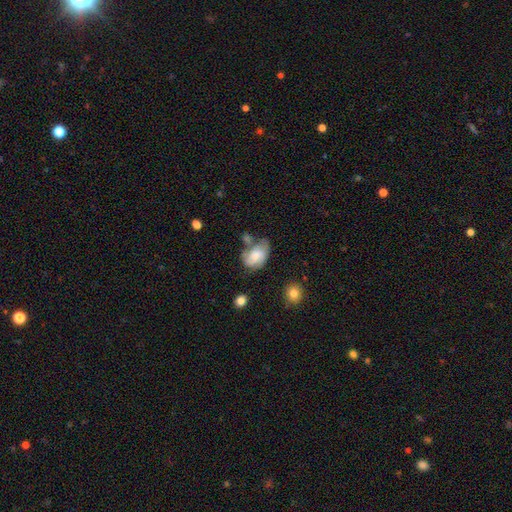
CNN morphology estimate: Smooth or featured? Predicted: smooth (p=0.48). Merging? Predicted: none (p=0.38).